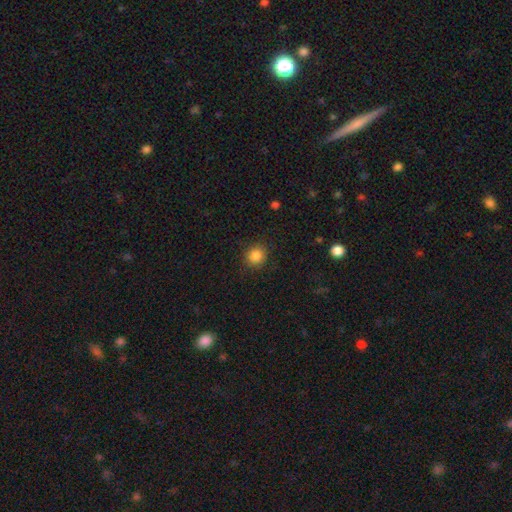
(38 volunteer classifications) Smooth or featured?
  - smooth: 92% *
  - featured or disk: 5%
  - star or artifact: 3%
How rounded?
  - round: 94% *
  - in between: 6%
  - cigar-shaped: 0%
Merging?
  - none: 89% *
  - minor disturbance: 8%
  - major disturbance: 3%
  - merger: 0%